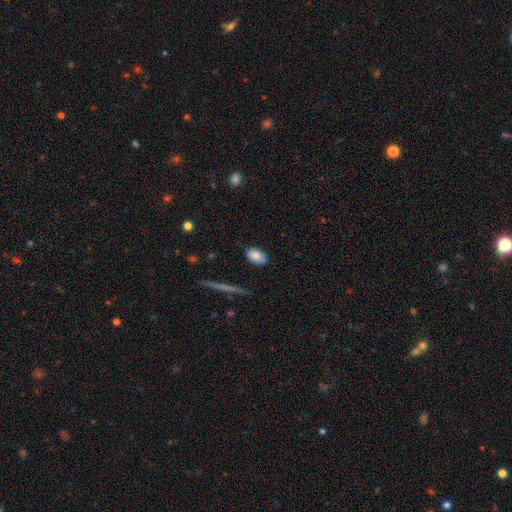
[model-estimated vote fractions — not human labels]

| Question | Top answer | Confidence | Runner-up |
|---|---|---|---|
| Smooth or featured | smooth | 83% | featured or disk (10%) |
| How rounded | in between | 88% | round (10%) |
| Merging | none | 75% | minor disturbance (19%) |